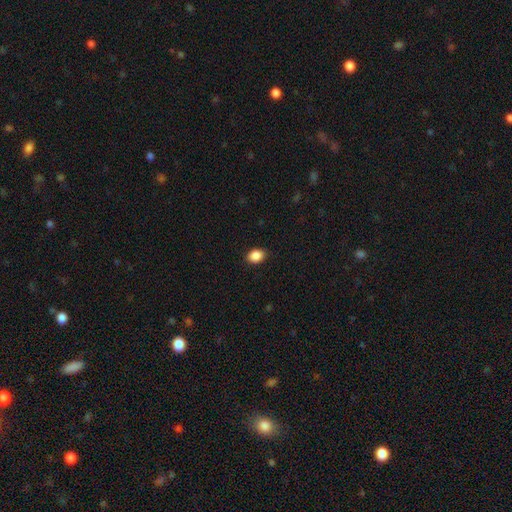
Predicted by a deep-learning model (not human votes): Smooth or featured? Predicted: smooth (p=0.89). How rounded? Predicted: in between (p=0.66). Merging? Predicted: none (p=0.89).